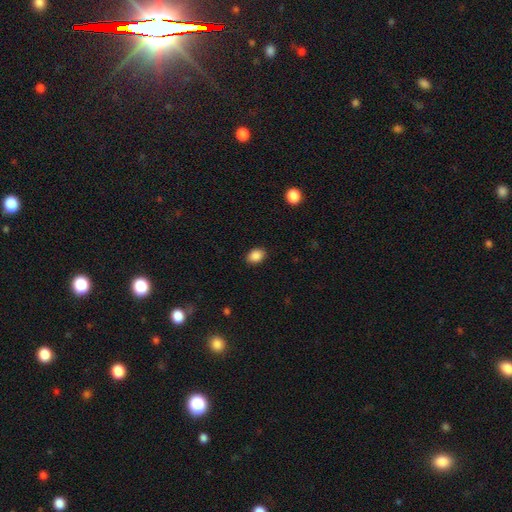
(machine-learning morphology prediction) type=smooth (88%); roundness=in between (66%); merging=none (89%).